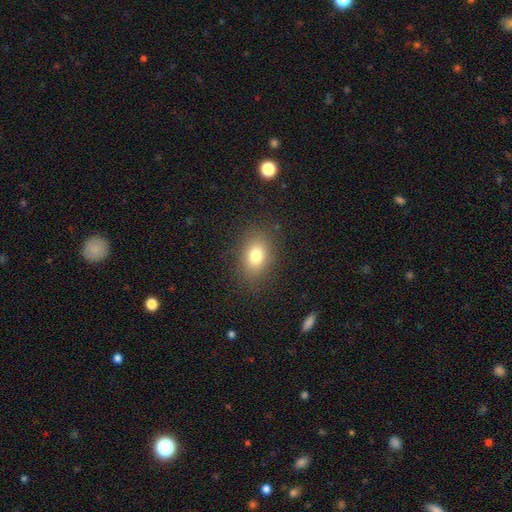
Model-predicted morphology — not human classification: A smooth galaxy with no disk features (78%) that is in between round and cigar-shaped (76%). Merging: none (84%).